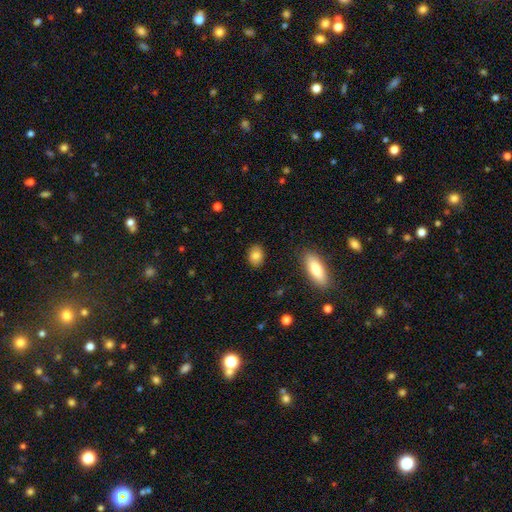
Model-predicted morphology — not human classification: This is clearly a smooth galaxy (82%). How rounded: likely in between (64%). Merging: clearly none (88%).